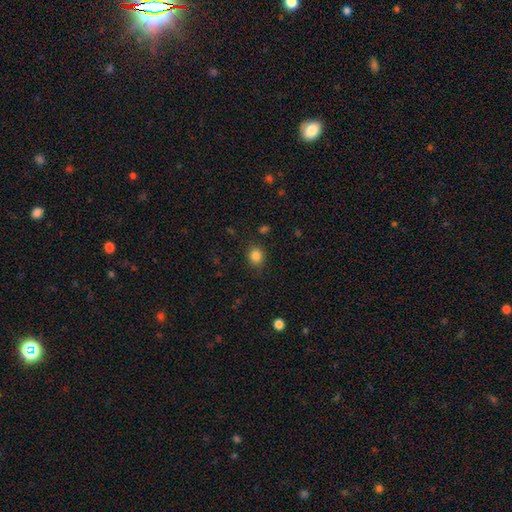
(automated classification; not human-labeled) smooth_or_featured: smooth (p=0.85) [alt: star or artifact p=0.11]
how_rounded: round (p=0.69) [alt: in between p=0.30]
merging: none (p=0.85) [alt: minor disturbance p=0.10]